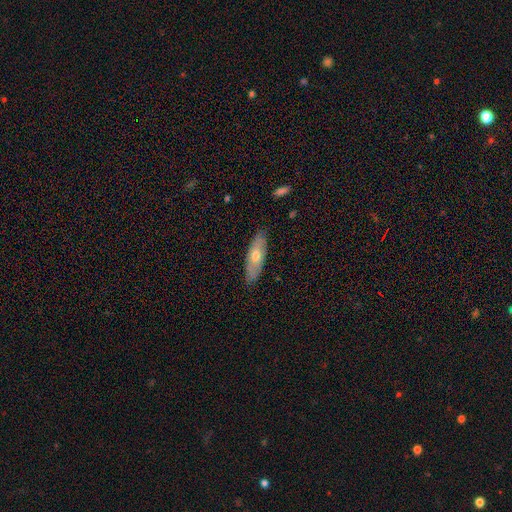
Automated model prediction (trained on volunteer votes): This appears to be a smooth galaxy with no disk features (52%) that is in between round and cigar-shaped (52%). Merging: none (84%).